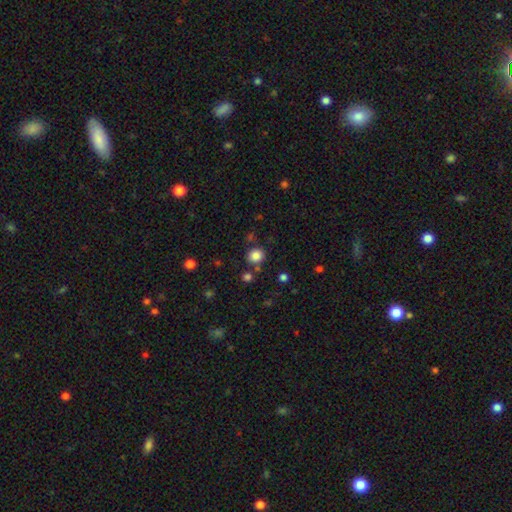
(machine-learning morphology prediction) A smooth galaxy with no disk features (84%) that is round (83%). Merging: none (80%).